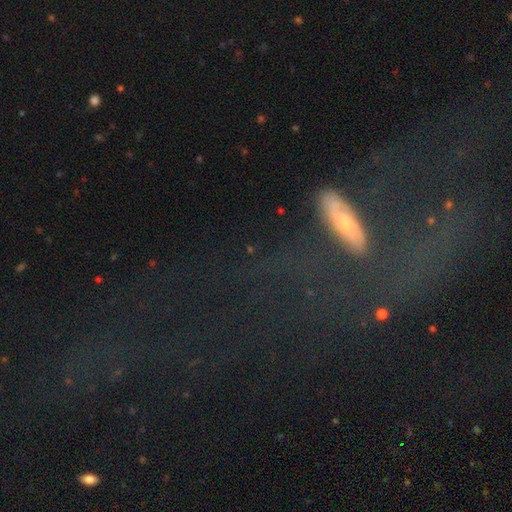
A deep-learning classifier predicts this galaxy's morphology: Smooth or featured? Predicted: featured or disk (p=0.41). Merging? Predicted: none (p=0.38).